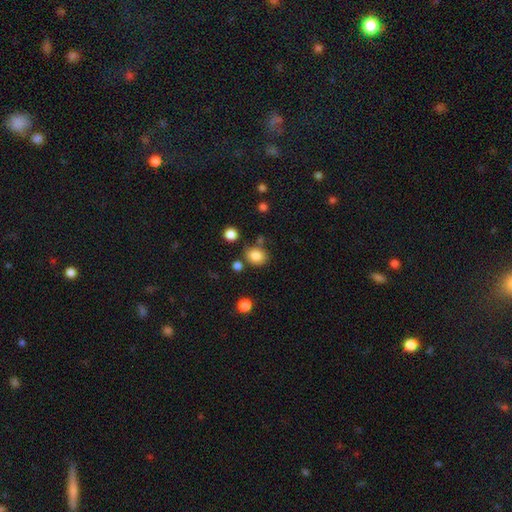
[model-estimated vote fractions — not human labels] Q: Smooth or featured?
A: smooth (83%); runner-up: star or artifact (11%)
Q: How rounded?
A: round (56%); runner-up: in between (44%)
Q: Merging?
A: none (76%); runner-up: minor disturbance (12%)